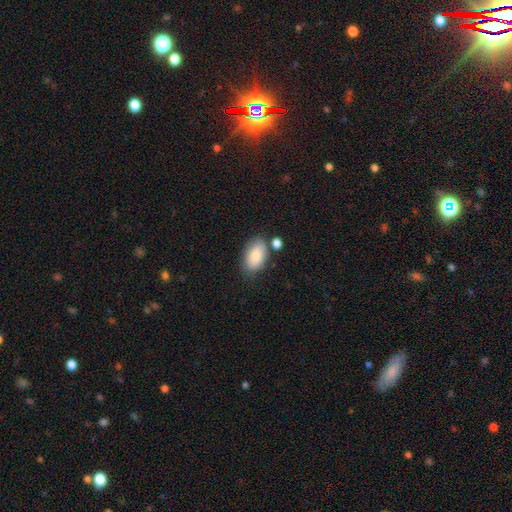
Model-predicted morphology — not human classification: Smooth or featured?
  - smooth: 81% *
  - featured or disk: 12%
  - star or artifact: 7%
How rounded?
  - in between: 92% *
  - round: 6%
  - cigar-shaped: 2%
Merging?
  - none: 69% *
  - minor disturbance: 17%
  - merger: 9%
  - major disturbance: 4%